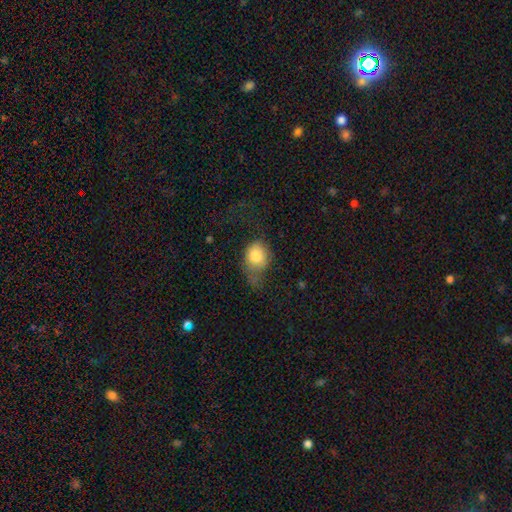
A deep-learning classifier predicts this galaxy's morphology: This is clearly a smooth galaxy (80%). How rounded: possibly in between (55%). Merging: marginally major disturbance (37%).